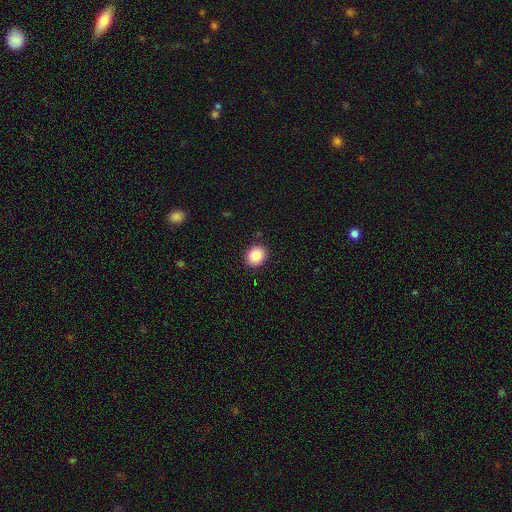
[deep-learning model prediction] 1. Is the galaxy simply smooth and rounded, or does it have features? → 85% smooth, 9% star or artifact, 6% featured or disk.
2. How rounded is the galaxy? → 69% round, 30% in between, 1% cigar-shaped.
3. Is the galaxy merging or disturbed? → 91% none, 7% minor disturbance, 2% major disturbance, 1% merger.